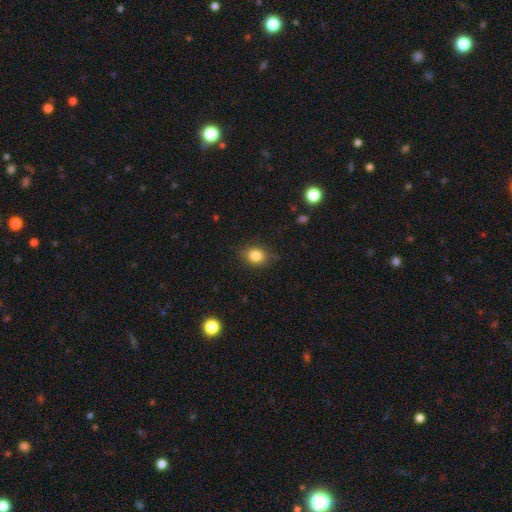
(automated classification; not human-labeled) This appears to be a smooth galaxy with no disk features (84%) that is round (52%). Merging: none (82%).